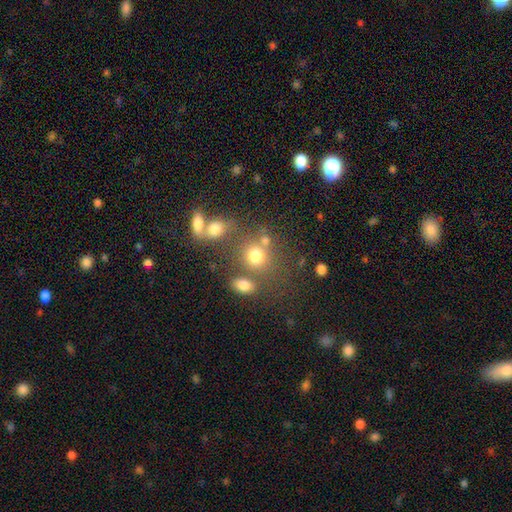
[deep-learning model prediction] Smooth or featured? Predicted: smooth (p=0.74). How rounded? Predicted: round (p=0.76). Merging? Predicted: none (p=0.56).